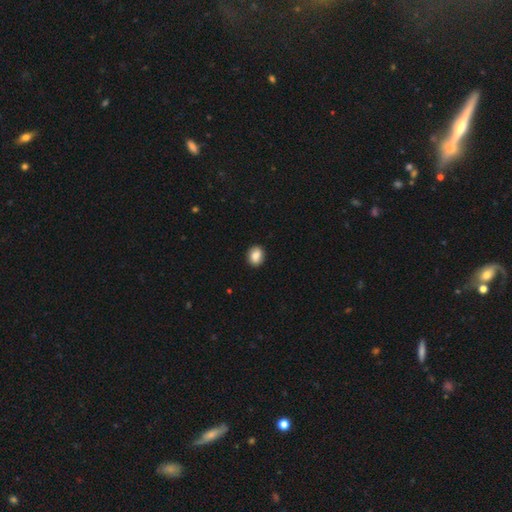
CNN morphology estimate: smooth_or_featured: smooth (p=0.86) [alt: star or artifact p=0.08]
how_rounded: round (p=0.51) [alt: in between p=0.48]
merging: none (p=0.90) [alt: minor disturbance p=0.07]